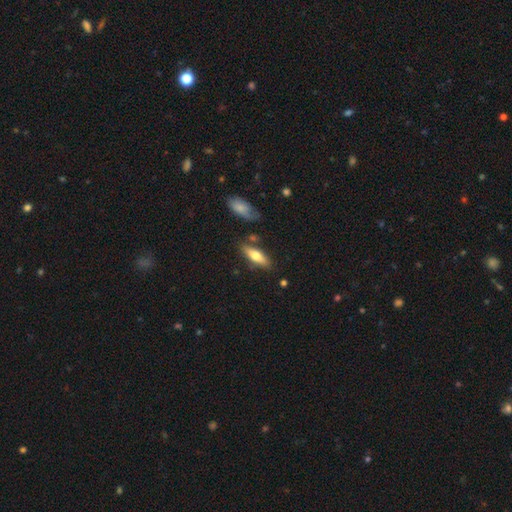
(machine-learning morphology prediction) This is likely a smooth galaxy (65%). How rounded: possibly in between (56%). Merging: likely none (76%).